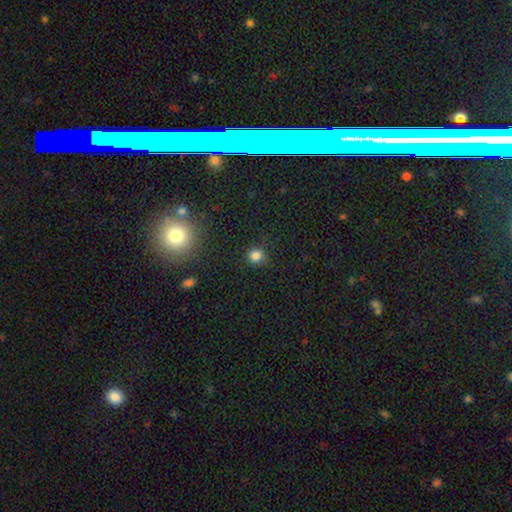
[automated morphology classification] Smooth or featured: smooth — 82% (star or artifact — 14%)
How rounded: round — 85% (in between — 14%)
Merging: none — 84% (minor disturbance — 11%)